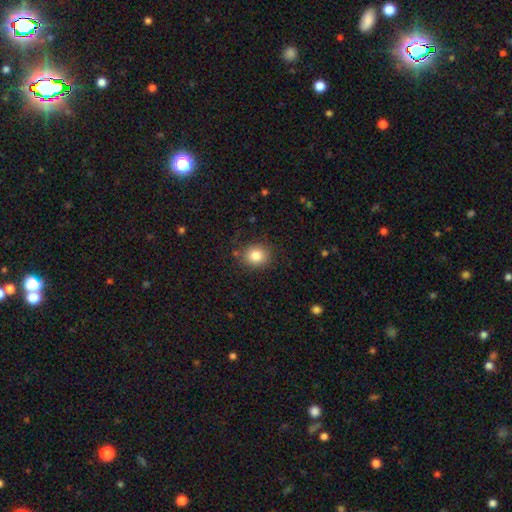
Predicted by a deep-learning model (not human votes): Smooth or featured: smooth — 83% (star or artifact — 11%)
How rounded: round — 78% (in between — 22%)
Merging: none — 84% (minor disturbance — 10%)